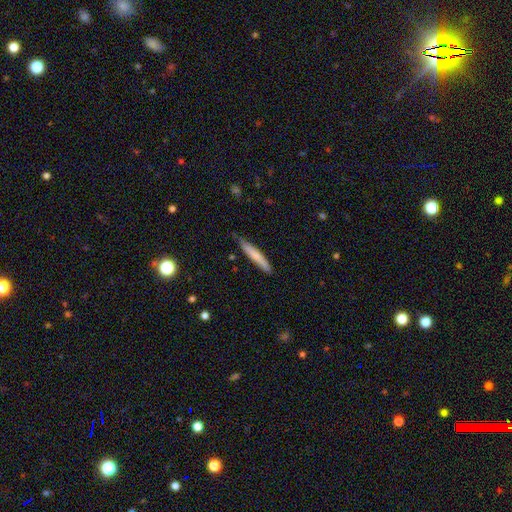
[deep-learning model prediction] This is likely a smooth galaxy (69%). How rounded: clearly cigar-shaped (94%). Merging: likely none (76%).